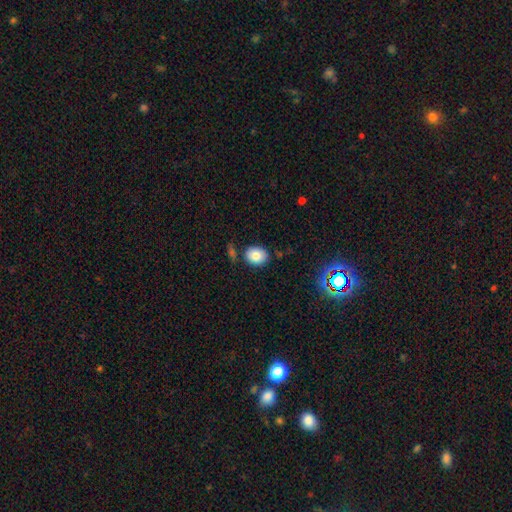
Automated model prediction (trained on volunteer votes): Smooth or featured? Predicted: smooth (p=0.81). How rounded? Predicted: round (p=0.54). Merging? Predicted: none (p=0.78).